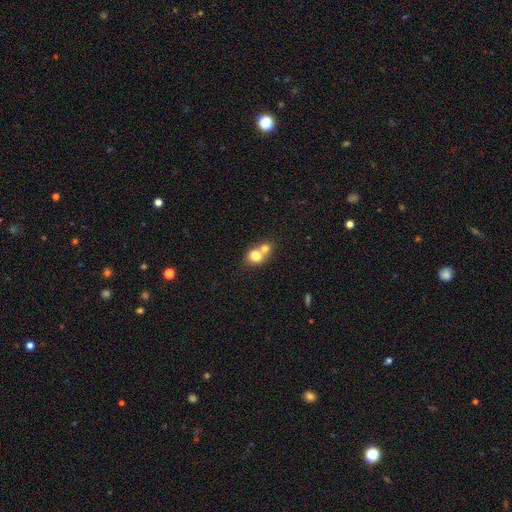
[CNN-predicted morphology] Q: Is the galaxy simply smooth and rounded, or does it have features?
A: smooth — 76%.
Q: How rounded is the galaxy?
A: round — 72%.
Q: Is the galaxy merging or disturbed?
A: merger — 65%.